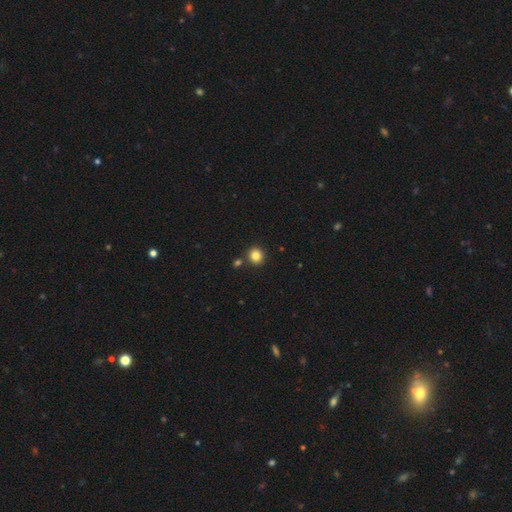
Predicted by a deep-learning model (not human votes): Smooth or featured? smooth (84%)
How rounded? round (88%)
Merging? none (85%)